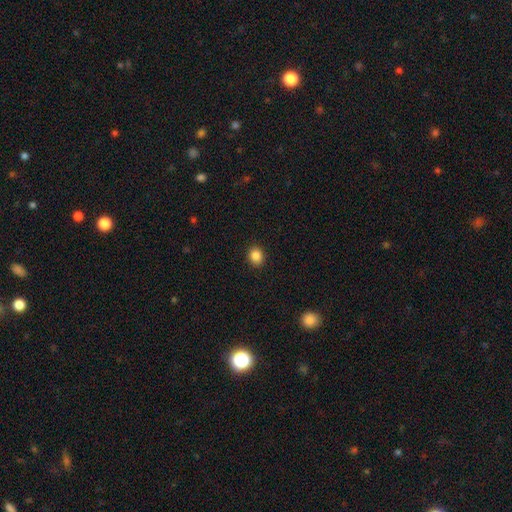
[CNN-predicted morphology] Smooth or featured? smooth (86%)
How rounded? round (68%)
Merging? none (92%)